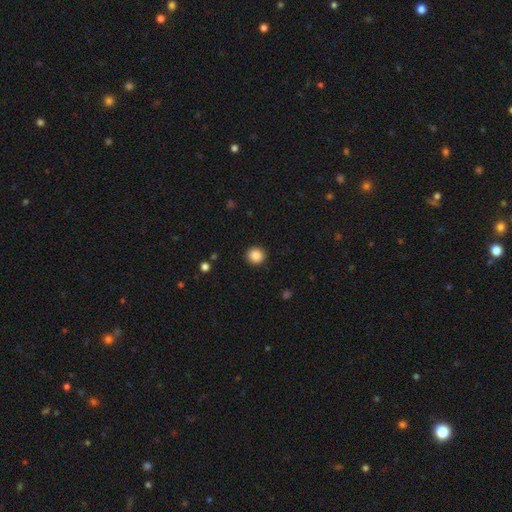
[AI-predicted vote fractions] Overall: smooth (87%). How rounded: round (88%). Merging: none (91%).